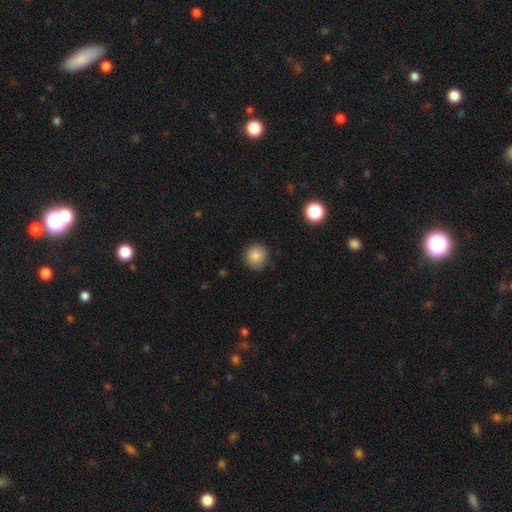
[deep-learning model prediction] smooth_or_featured: smooth (p=0.86) [alt: star or artifact p=0.09]
how_rounded: round (p=0.92) [alt: in between p=0.07]
merging: none (p=0.86) [alt: minor disturbance p=0.11]